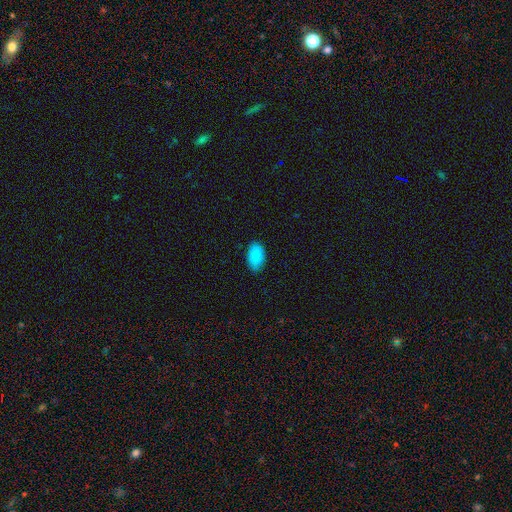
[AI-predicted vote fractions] smooth 89%, star or artifact 7%, featured or disk 4%. Down the decision tree: how rounded — in between (94%); merging — none (85%).